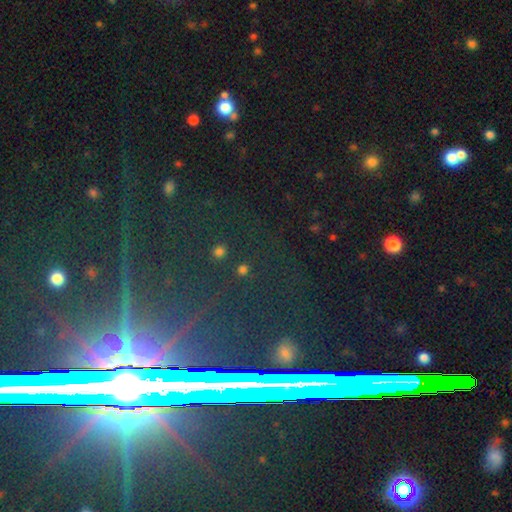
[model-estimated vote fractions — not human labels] Q: Smooth or featured?
A: star or artifact (78%); runner-up: featured or disk (11%)